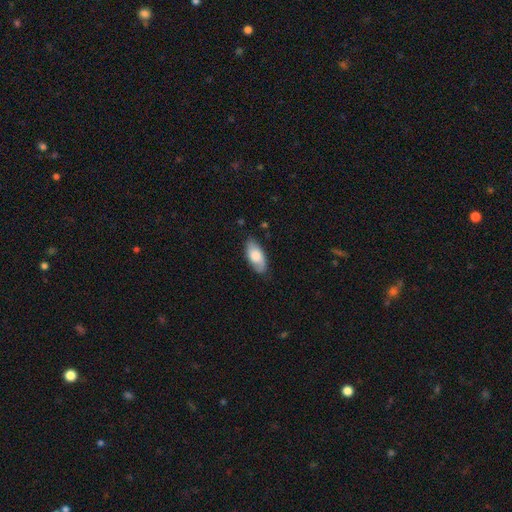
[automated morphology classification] Q: Smooth or featured?
A: smooth (70%); runner-up: featured or disk (24%)
Q: How rounded?
A: in between (90%); runner-up: cigar-shaped (8%)
Q: Merging?
A: none (78%); runner-up: minor disturbance (18%)